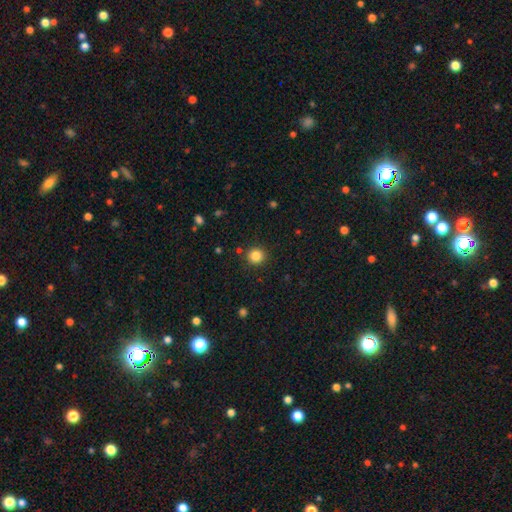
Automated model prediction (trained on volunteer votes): Smooth or featured? smooth (84%)
How rounded? round (93%)
Merging? none (90%)